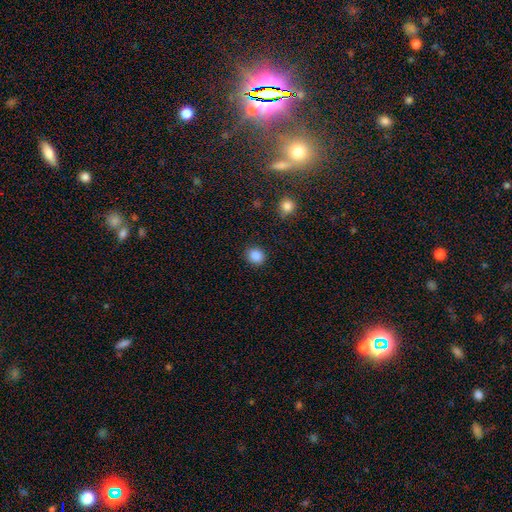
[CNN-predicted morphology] A smooth galaxy with no disk features (87%) that is round (78%). Merging: none (89%).